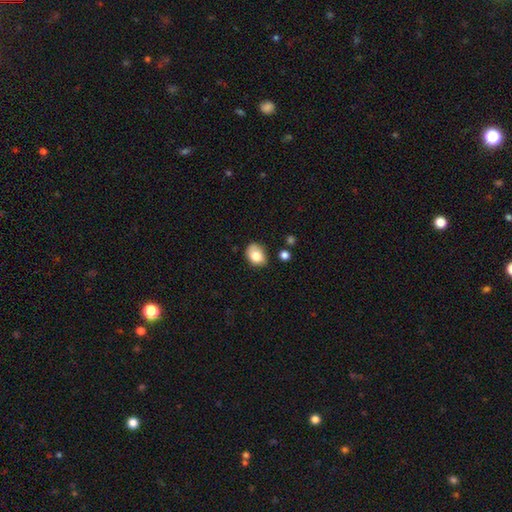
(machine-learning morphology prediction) The model was most divided on "merging": none: 55%, minor disturbance: 31%, major disturbance: 8%, merger: 5%. More confident: smooth or featured — smooth (80%); how rounded — in between (63%).